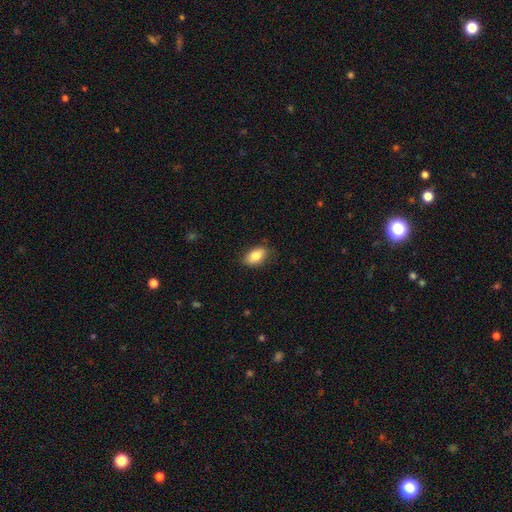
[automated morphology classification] This is clearly a smooth galaxy (82%). How rounded: clearly in between (90%). Merging: clearly none (82%).